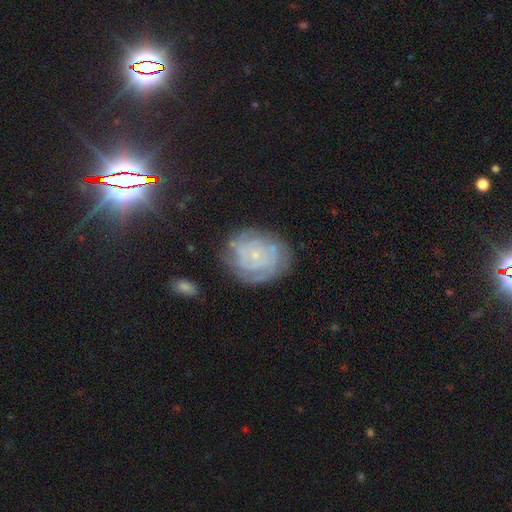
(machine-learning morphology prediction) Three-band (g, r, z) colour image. It shows a featured or disk galaxy (72%) with no bar (80%), tight (74%) spiral arms (88%) and a small central bulge (83%). Merging: none (72%).